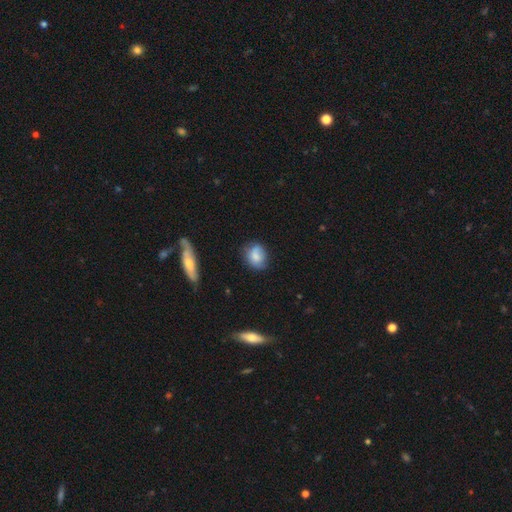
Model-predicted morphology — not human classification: Smooth or featured: smooth — 75% (featured or disk — 17%)
How rounded: in between — 50% (round — 49%)
Merging: none — 62% (minor disturbance — 29%)